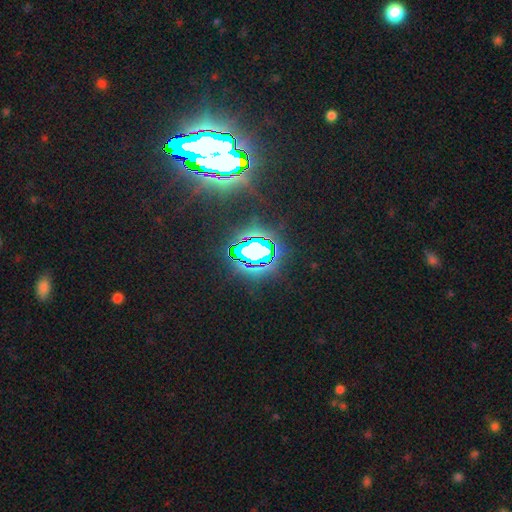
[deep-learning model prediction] Morphology: type=star or artifact (75%).